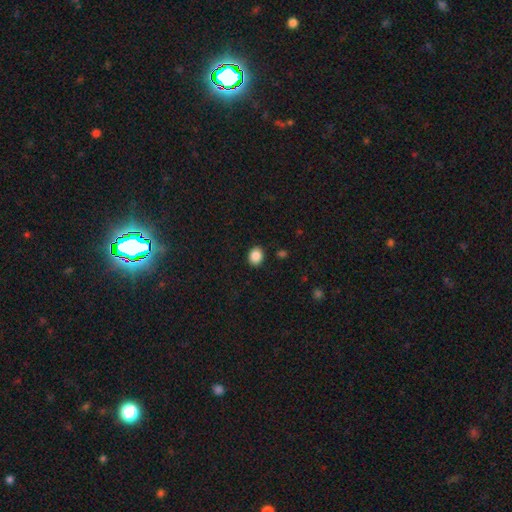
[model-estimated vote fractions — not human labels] Smooth or featured? smooth (87%)
How rounded? round (51%)
Merging? none (89%)